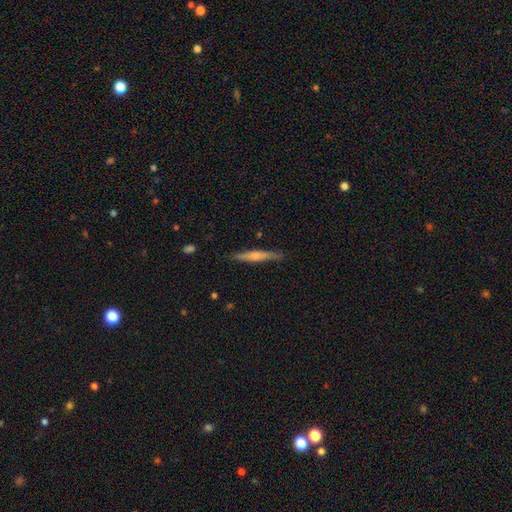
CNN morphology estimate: smooth-or-featured: smooth: 50% | featured or disk: 45% | star or artifact: 6%
  merging: none: 86% | minor disturbance: 11% | major disturbance: 2% | merger: 1%